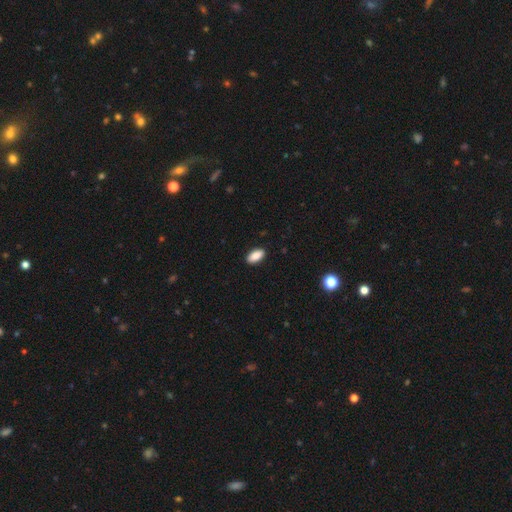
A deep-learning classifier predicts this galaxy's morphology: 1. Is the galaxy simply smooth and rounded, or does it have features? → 89% smooth, 7% star or artifact, 4% featured or disk.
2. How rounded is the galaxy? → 91% in between, 6% cigar-shaped, 3% round.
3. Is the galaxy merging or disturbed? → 90% none, 7% minor disturbance, 2% major disturbance, 1% merger.